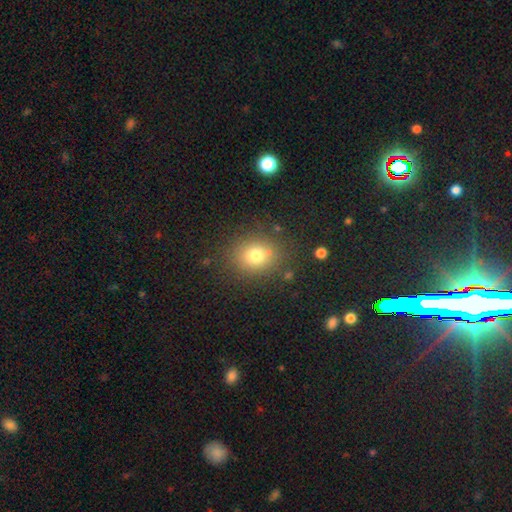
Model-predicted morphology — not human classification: A smooth galaxy with no disk features (75%) that is round (68%). Merging: none (82%).